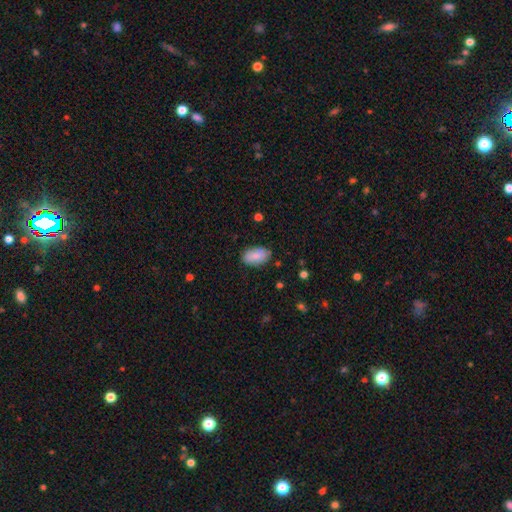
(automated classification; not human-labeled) The model was most divided on "merging": none: 84%, minor disturbance: 12%, major disturbance: 3%, merger: 1%. More confident: how rounded — in between (94%); smooth or featured — smooth (84%).